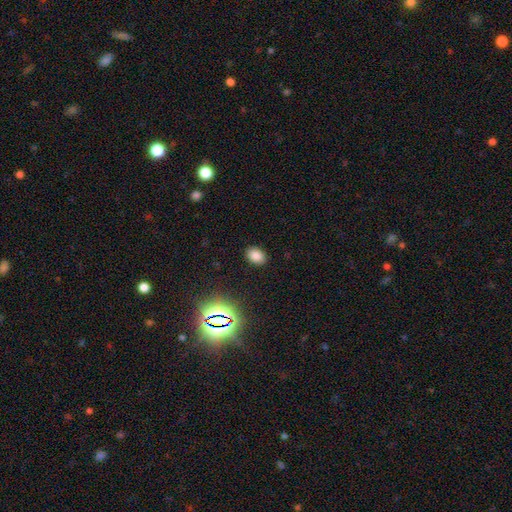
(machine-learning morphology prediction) Smooth or featured?
  - smooth: 81% *
  - star or artifact: 15%
  - featured or disk: 4%
How rounded?
  - in between: 78% *
  - round: 21%
  - cigar-shaped: 1%
Merging?
  - none: 88% *
  - minor disturbance: 8%
  - major disturbance: 3%
  - merger: 1%